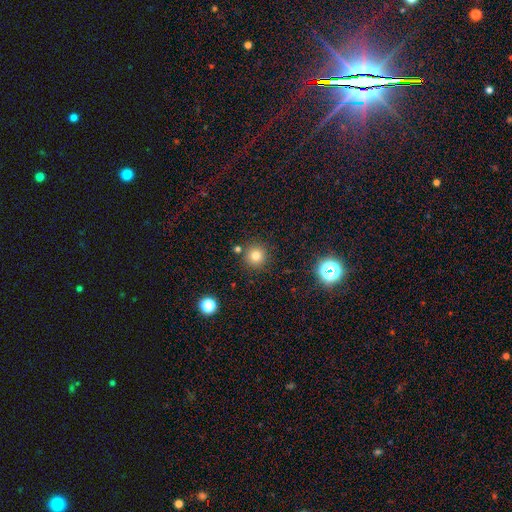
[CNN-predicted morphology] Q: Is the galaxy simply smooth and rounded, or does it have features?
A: smooth — 77%.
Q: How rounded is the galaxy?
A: round — 95%.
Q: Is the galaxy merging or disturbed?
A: none — 85%.